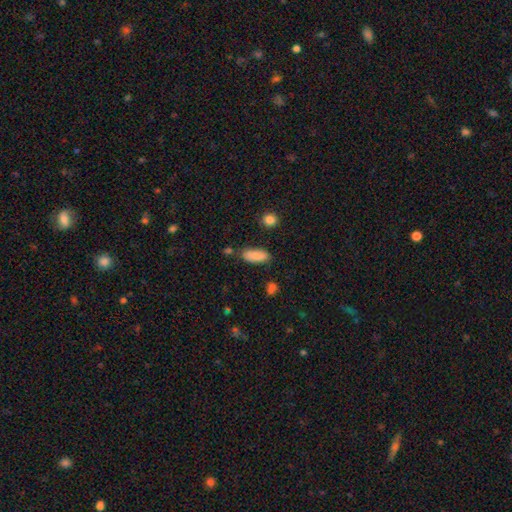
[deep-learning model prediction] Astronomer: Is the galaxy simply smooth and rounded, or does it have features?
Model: smooth — 87%.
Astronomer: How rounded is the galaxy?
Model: in between — 80%.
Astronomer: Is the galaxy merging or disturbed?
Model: none — 78%.